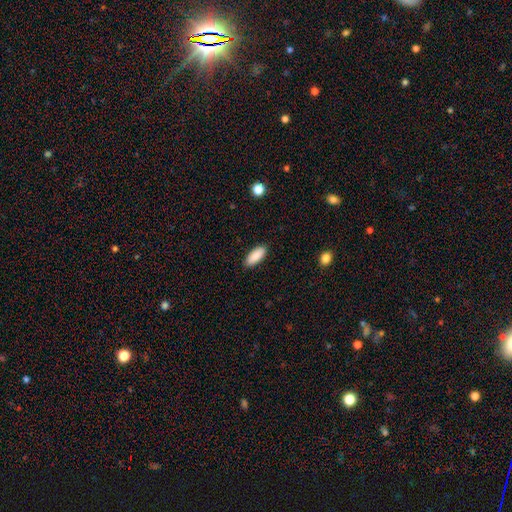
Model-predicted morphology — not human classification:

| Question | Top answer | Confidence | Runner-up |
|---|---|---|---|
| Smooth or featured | smooth | 90% | star or artifact (6%) |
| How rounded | in between | 82% | cigar-shaped (17%) |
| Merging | none | 89% | minor disturbance (8%) |